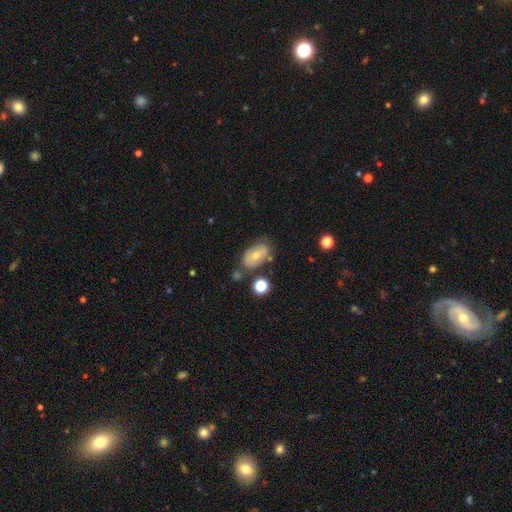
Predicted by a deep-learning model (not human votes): Q: Smooth or featured?
A: smooth (57%); runner-up: featured or disk (34%)
Q: How rounded?
A: in between (87%); runner-up: round (11%)
Q: Merging?
A: none (62%); runner-up: minor disturbance (21%)